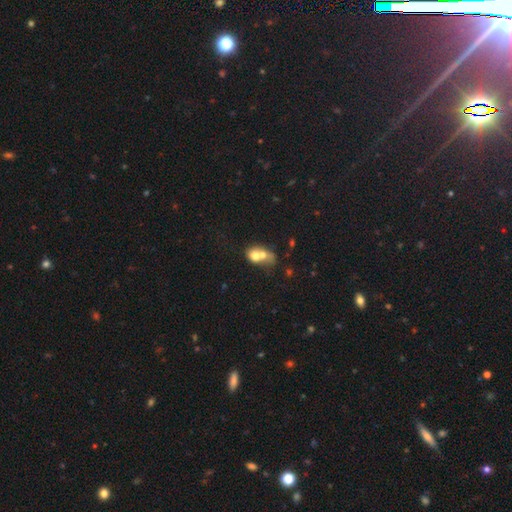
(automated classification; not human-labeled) The model was most divided on "how rounded": in between: 54%, round: 45%, cigar-shaped: 2%. More confident: merging — merger (73%); smooth or featured — smooth (65%).